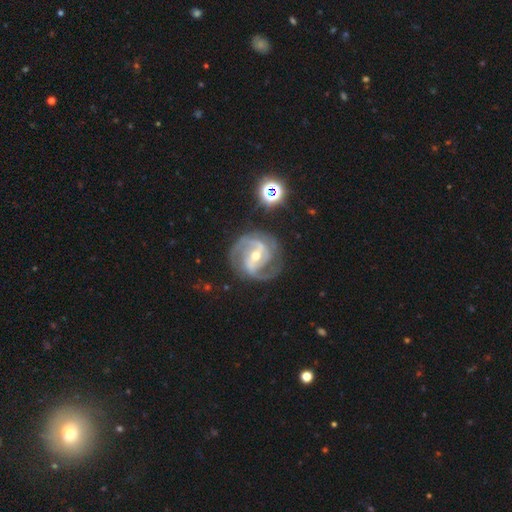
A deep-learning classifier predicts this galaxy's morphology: type=featured or disk (90%); edge-on=no (98%); bar=weak (40%); spiral arms=yes (97%); winding=medium (54%); arm count=2 (68%); bulge=moderate (51%); merging=none (75%).